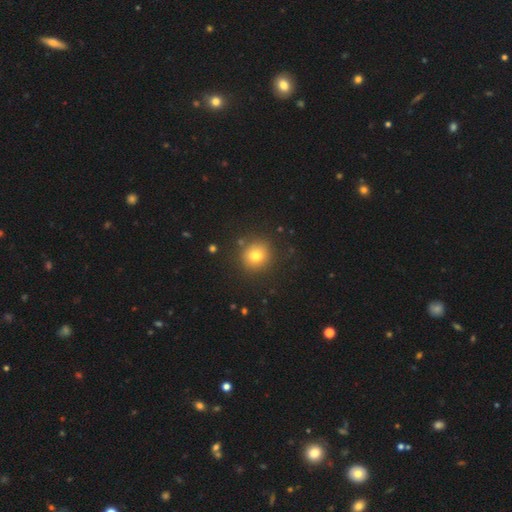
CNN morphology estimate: The model was most divided on "smooth or featured": smooth: 77%, star or artifact: 13%, featured or disk: 10%. More confident: how rounded — round (91%); merging — none (87%).